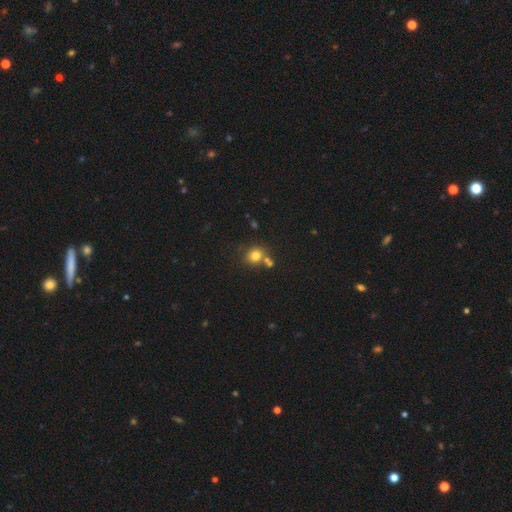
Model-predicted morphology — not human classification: smooth_or_featured: smooth (p=0.78) [alt: star or artifact p=0.13]
how_rounded: round (p=0.80) [alt: in between p=0.19]
merging: none (p=0.62) [alt: merger p=0.23]